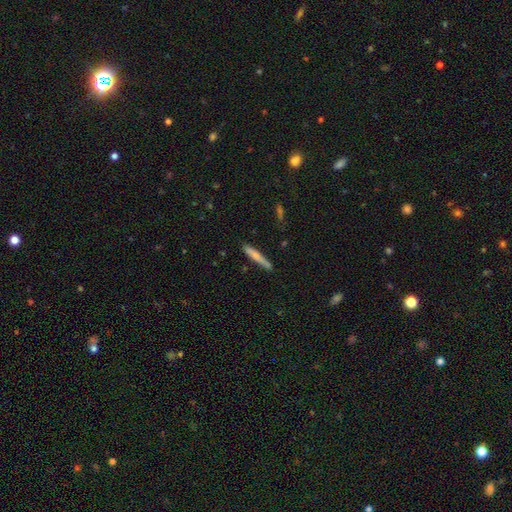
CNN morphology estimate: Q: Smooth or featured?
A: smooth (70%); runner-up: featured or disk (25%)
Q: How rounded?
A: cigar-shaped (94%); runner-up: in between (5%)
Q: Merging?
A: none (79%); runner-up: minor disturbance (15%)